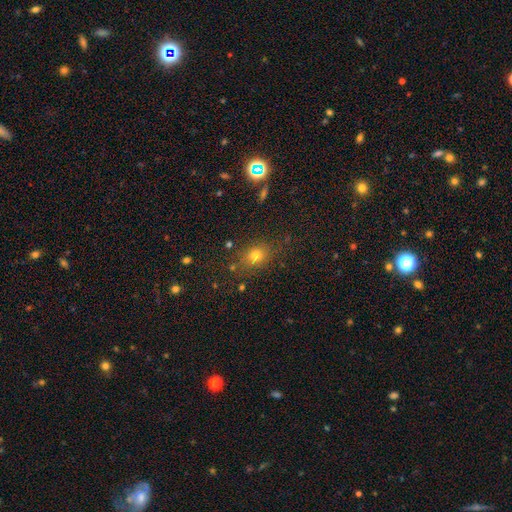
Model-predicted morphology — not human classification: Q: Smooth or featured?
A: smooth (74%); runner-up: star or artifact (17%)
Q: How rounded?
A: round (52%); runner-up: in between (46%)
Q: Merging?
A: none (78%); runner-up: minor disturbance (13%)